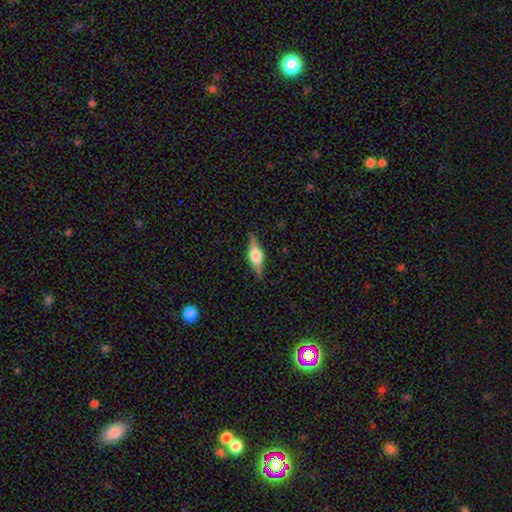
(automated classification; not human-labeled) Smooth or featured?
  - featured or disk: 70% *
  - smooth: 23%
  - star or artifact: 7%
Edge-on disk?
  - yes: 97% *
  - no: 3%
Edge-on bulge?
  - rounded: 89% *
  - boxy: 10%
  - none: 1%
Merging?
  - none: 88% *
  - minor disturbance: 9%
  - major disturbance: 2%
  - merger: 1%